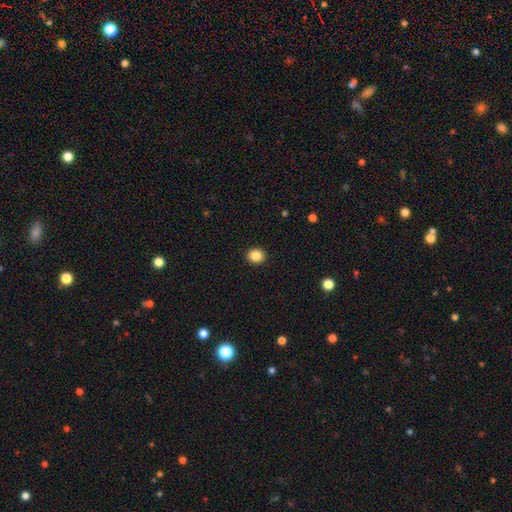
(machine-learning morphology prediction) This appears to be a smooth galaxy with no disk features (86%) that is round (69%). Merging: none (92%).